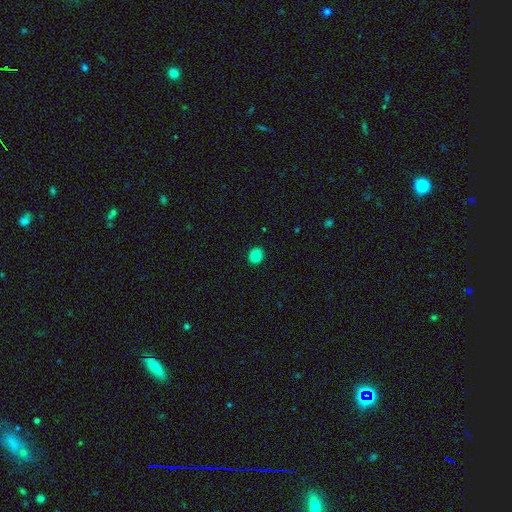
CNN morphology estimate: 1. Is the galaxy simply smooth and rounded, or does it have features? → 85% smooth, 11% star or artifact, 4% featured or disk.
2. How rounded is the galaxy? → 68% round, 31% in between, 1% cigar-shaped.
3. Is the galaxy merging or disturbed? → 91% none, 6% minor disturbance, 2% major disturbance, 1% merger.